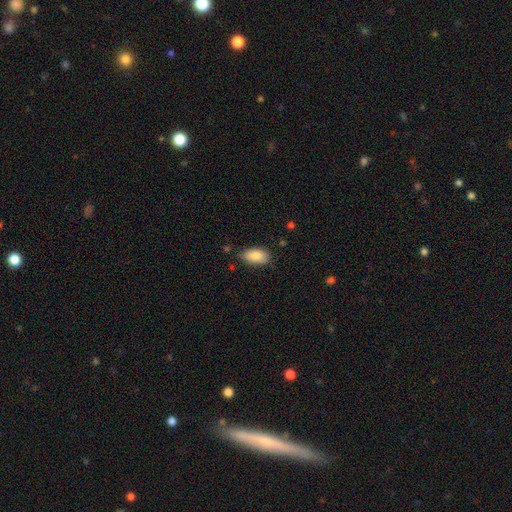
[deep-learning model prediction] Overall: smooth (86%). How rounded: in between (93%). Merging: none (75%).